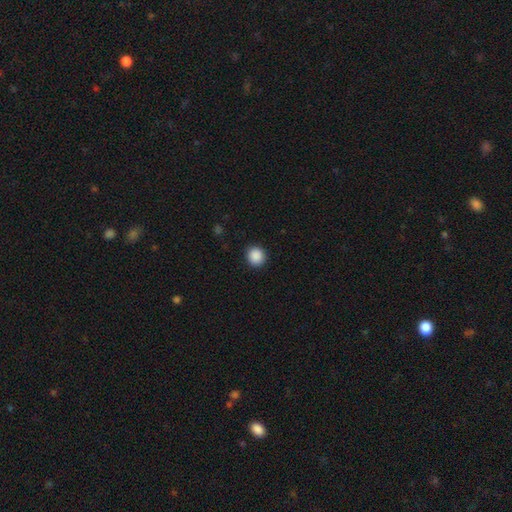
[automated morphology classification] Smooth or featured: smooth — 89% (star or artifact — 9%)
How rounded: round — 89% (in between — 10%)
Merging: none — 91% (minor disturbance — 6%)